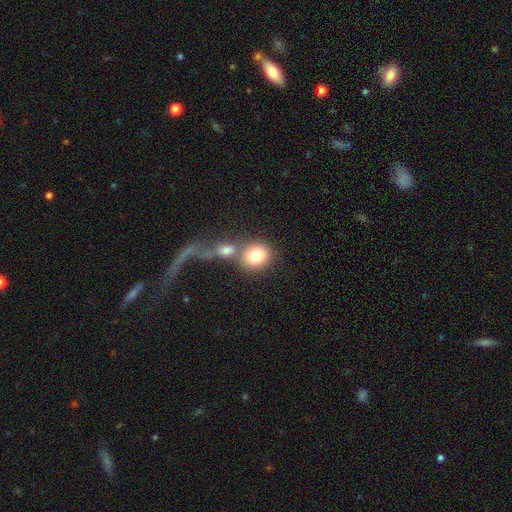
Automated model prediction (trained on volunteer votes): smooth 78%, featured or disk 13%, star or artifact 9%. Down the decision tree: how rounded — round (76%); merging — none (44%).